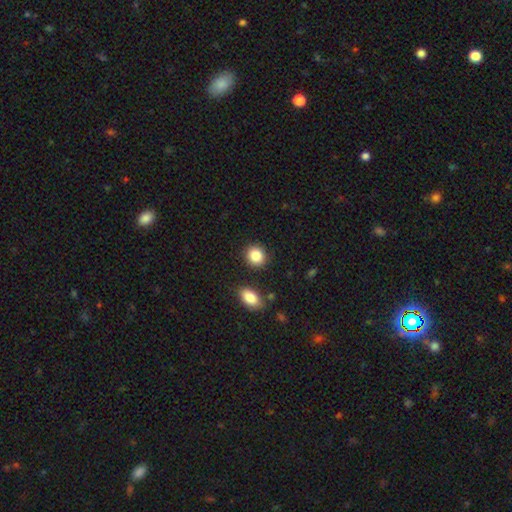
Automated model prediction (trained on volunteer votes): Smooth or featured: smooth — 88% (star or artifact — 8%)
How rounded: round — 75% (in between — 24%)
Merging: none — 85% (minor disturbance — 9%)